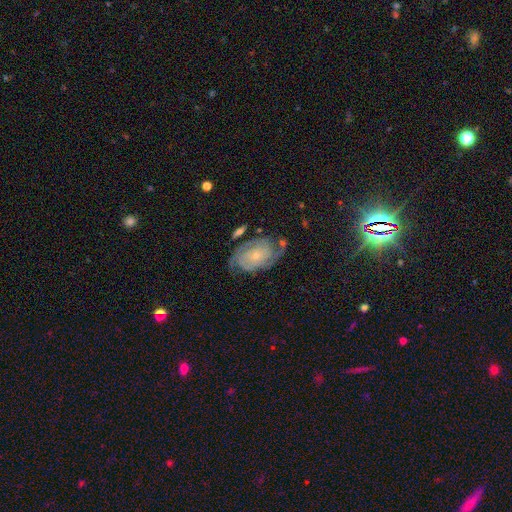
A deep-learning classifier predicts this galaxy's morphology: smooth_or_featured: featured or disk (p=0.82) [alt: smooth p=0.11]
disk_edge_on: no (p=0.96) [alt: yes p=0.04]
bar: no (p=0.76) [alt: weak p=0.19]
has_spiral_arms: yes (p=0.95) [alt: no p=0.05]
spiral_winding: tight (p=0.60) [alt: medium p=0.30]
spiral_arm_count: 2 (p=0.68) [alt: can't tell p=0.14]
bulge_size: small (p=0.76) [alt: moderate p=0.19]
merging: none (p=0.67) [alt: minor disturbance p=0.19]